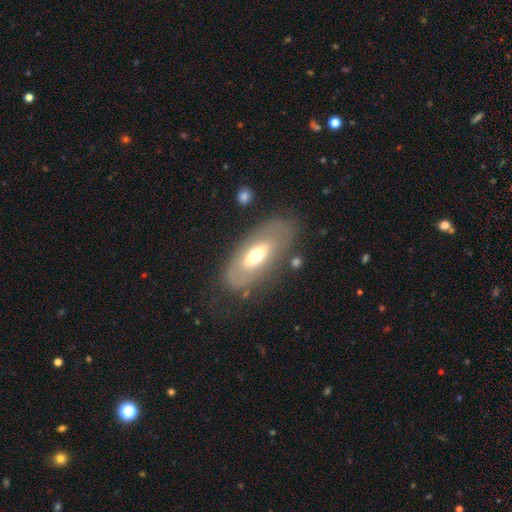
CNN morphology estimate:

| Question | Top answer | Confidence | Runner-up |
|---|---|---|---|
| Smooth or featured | featured or disk | 49% | smooth (45%) |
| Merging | none | 75% | minor disturbance (15%) |